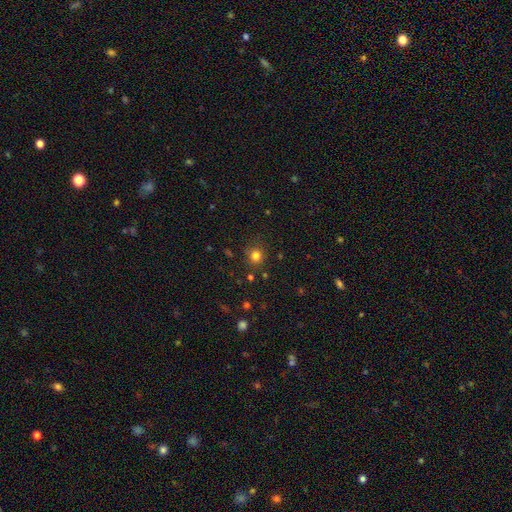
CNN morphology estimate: smooth-or-featured: smooth: 79% | star or artifact: 15% | featured or disk: 5%
  how-rounded: round: 89% | in between: 10% | cigar-shaped: 1%
  merging: none: 85% | minor disturbance: 9% | major disturbance: 3% | merger: 3%